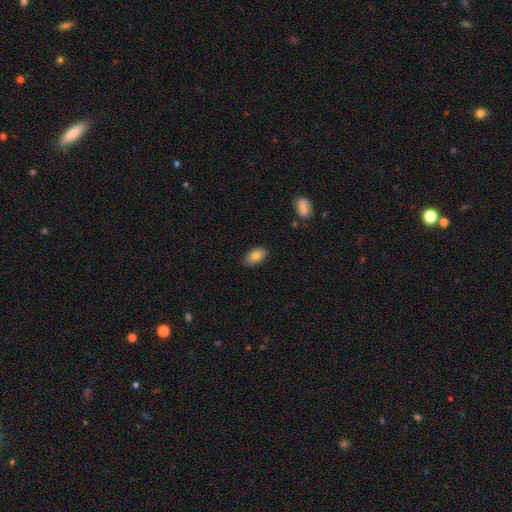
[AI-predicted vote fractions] Smooth or featured? smooth (82%)
How rounded? in between (92%)
Merging? none (85%)